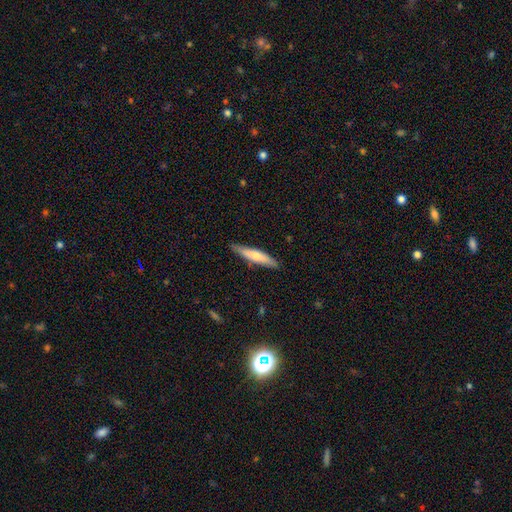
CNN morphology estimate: The model was most divided on "smooth or featured": smooth: 62%, featured or disk: 32%, star or artifact: 5%. More confident: how rounded — cigar-shaped (88%); merging — none (87%).